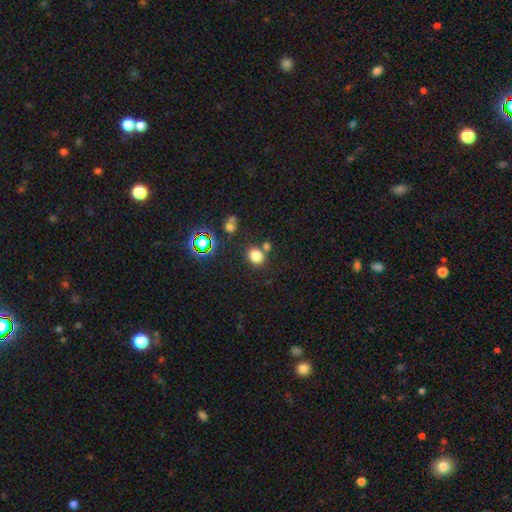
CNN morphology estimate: smooth_or_featured: smooth (p=0.77) [alt: star or artifact p=0.18]
how_rounded: round (p=0.70) [alt: in between p=0.29]
merging: none (p=0.70) [alt: merger p=0.16]